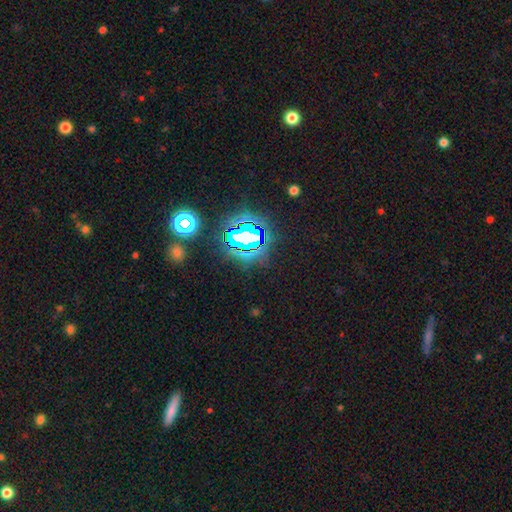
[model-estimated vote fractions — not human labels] Smooth or featured? star or artifact (78%)